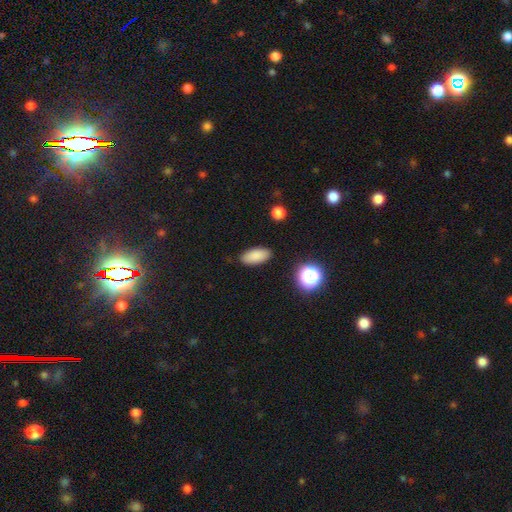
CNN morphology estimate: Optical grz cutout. It shows a smooth galaxy with no disk features (86%) that is in between round and cigar-shaped (88%). Merging: none (88%).